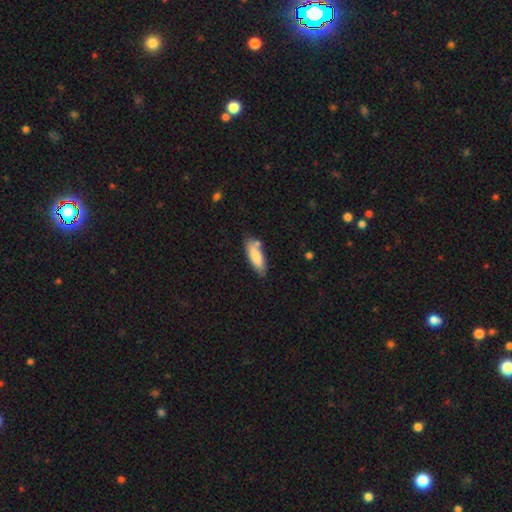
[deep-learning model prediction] Smooth or featured? smooth (80%)
How rounded? in between (58%)
Merging? none (70%)